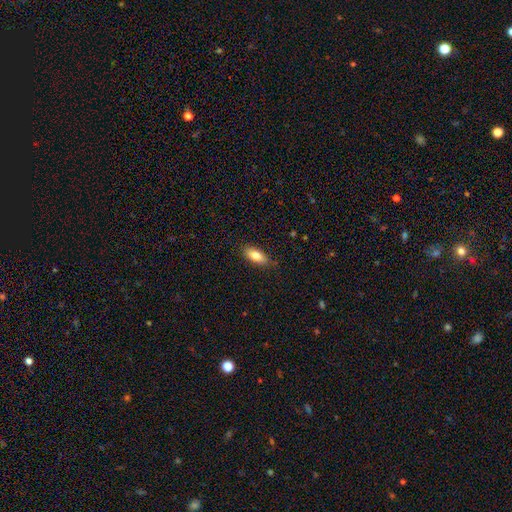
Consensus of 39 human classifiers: This appears to be a smooth galaxy with no disk features (77%) that is in between round and cigar-shaped (73%). Merging: none (82%).